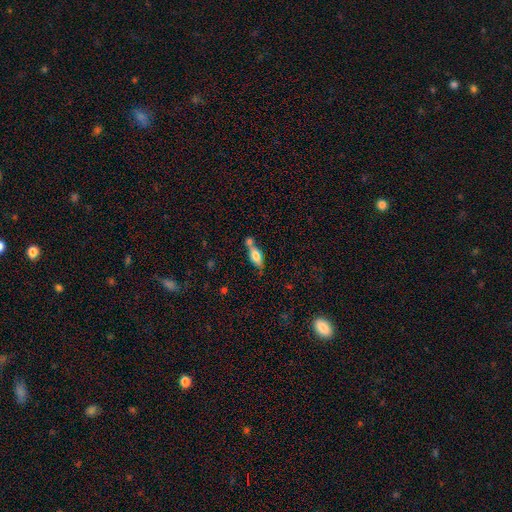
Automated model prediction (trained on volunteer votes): This is likely a smooth galaxy (66%). How rounded: likely in between (73%). Merging: marginally none (43%).